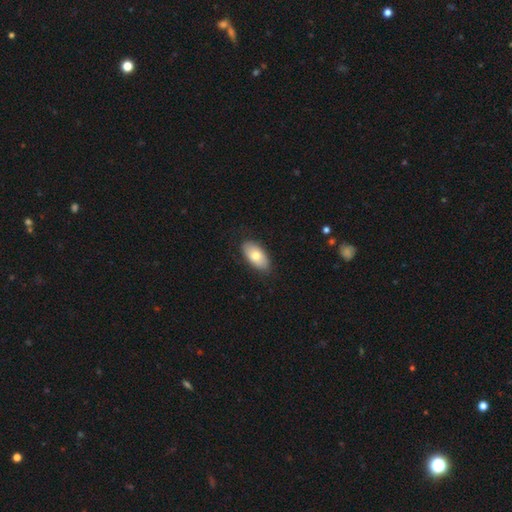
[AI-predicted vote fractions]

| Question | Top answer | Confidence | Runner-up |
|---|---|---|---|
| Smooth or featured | smooth | 74% | featured or disk (20%) |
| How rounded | in between | 94% | cigar-shaped (3%) |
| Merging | none | 87% | minor disturbance (10%) |